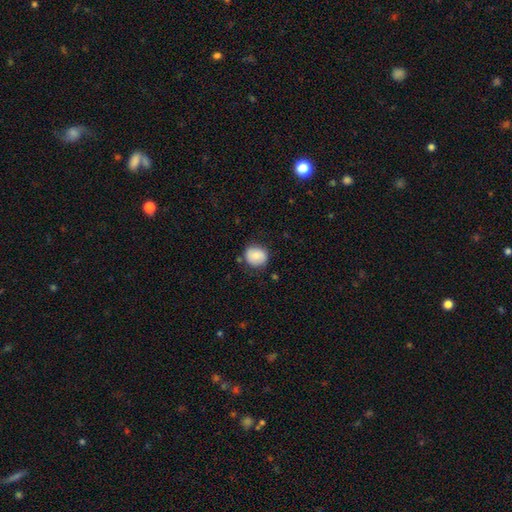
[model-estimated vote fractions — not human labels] smooth_or_featured: smooth (p=0.74) [alt: featured or disk p=0.18]
how_rounded: round (p=0.77) [alt: in between p=0.22]
merging: none (p=0.78) [alt: minor disturbance p=0.17]